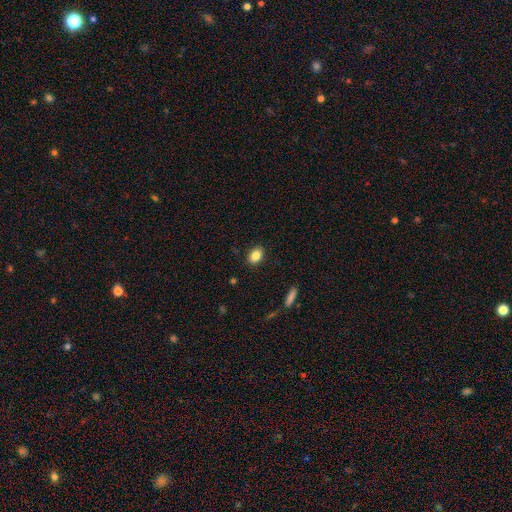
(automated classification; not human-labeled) A smooth galaxy with no disk features (84%) that is in between round and cigar-shaped (70%).

Vote fractions:
- Smooth or featured? smooth: 84% / star or artifact: 9% / featured or disk: 6%
- How rounded? in between: 70% / round: 29% / cigar-shaped: 1%
- Merging? none: 88% / minor disturbance: 9% / major disturbance: 2% / merger: 1%